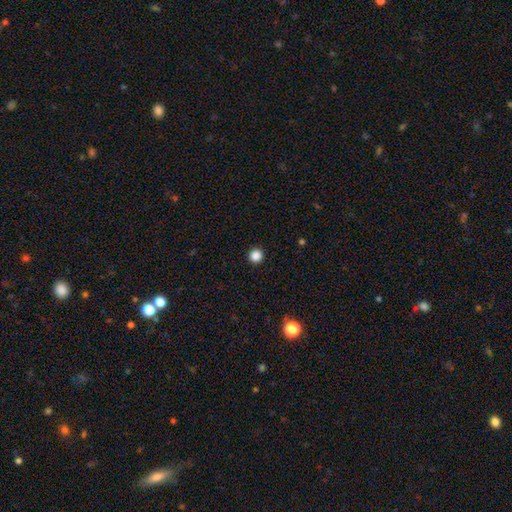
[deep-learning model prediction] Smooth or featured?
  - smooth: 86% *
  - star or artifact: 12%
  - featured or disk: 3%
How rounded?
  - round: 96% *
  - in between: 3%
  - cigar-shaped: 1%
Merging?
  - none: 93% *
  - minor disturbance: 4%
  - major disturbance: 2%
  - merger: 1%